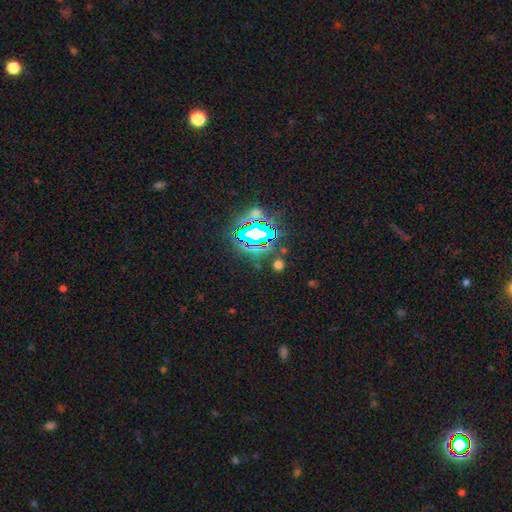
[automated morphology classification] smooth-or-featured: star or artifact: 82% | smooth: 11% | featured or disk: 7%